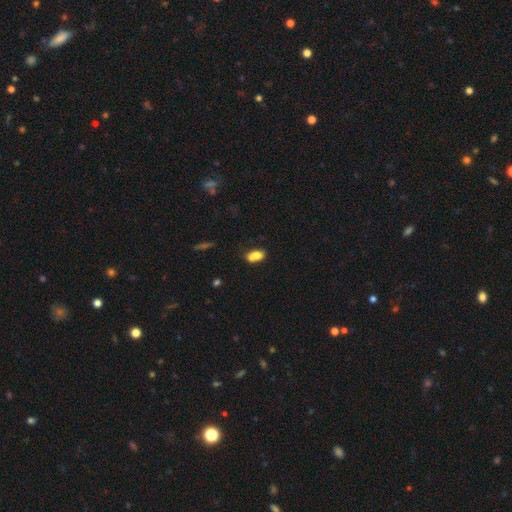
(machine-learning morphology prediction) A smooth galaxy with no disk features (75%) that is in between round and cigar-shaped (83%). Merging: none (40%).